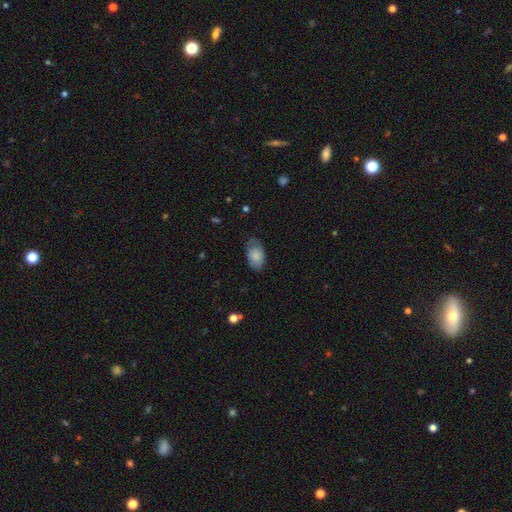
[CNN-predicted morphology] smooth_or_featured: smooth (p=0.79) [alt: featured or disk p=0.15]
how_rounded: in between (p=0.91) [alt: round p=0.07]
merging: none (p=0.70) [alt: minor disturbance p=0.23]